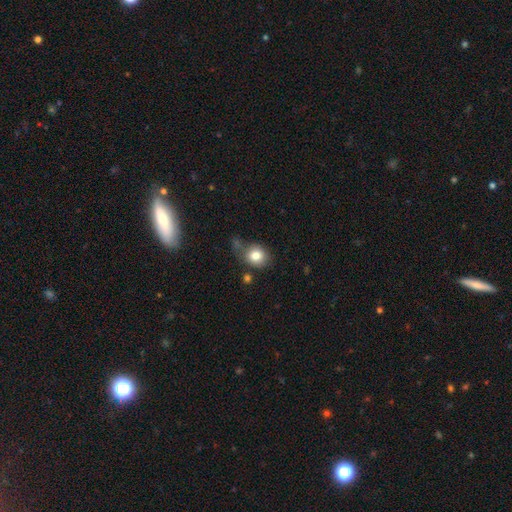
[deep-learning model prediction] This is clearly a smooth galaxy (81%). How rounded: likely round (68%). Merging: likely none (60%).